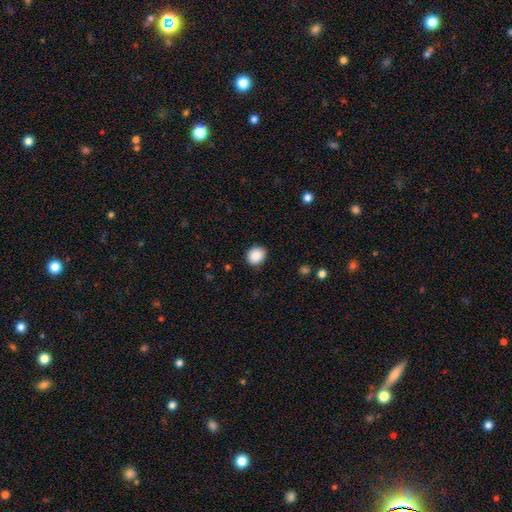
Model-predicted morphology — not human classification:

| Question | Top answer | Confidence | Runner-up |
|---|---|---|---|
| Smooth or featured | smooth | 88% | star or artifact (8%) |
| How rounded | round | 65% | in between (34%) |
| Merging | none | 88% | minor disturbance (9%) |